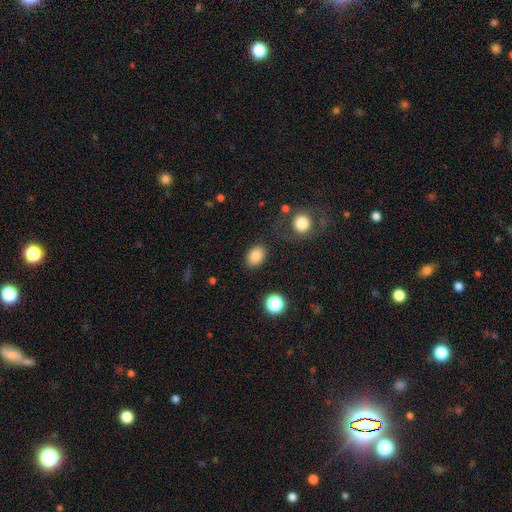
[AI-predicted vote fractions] smooth_or_featured: smooth (p=0.83) [alt: star or artifact p=0.10]
how_rounded: in between (p=0.75) [alt: round p=0.23]
merging: none (p=0.83) [alt: minor disturbance p=0.11]